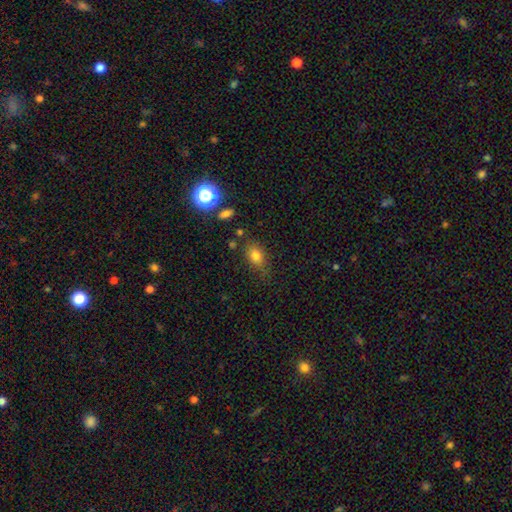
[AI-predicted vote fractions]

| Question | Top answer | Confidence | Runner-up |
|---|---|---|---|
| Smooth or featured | smooth | 78% | star or artifact (12%) |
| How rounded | in between | 74% | round (23%) |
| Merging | none | 70% | minor disturbance (20%) |